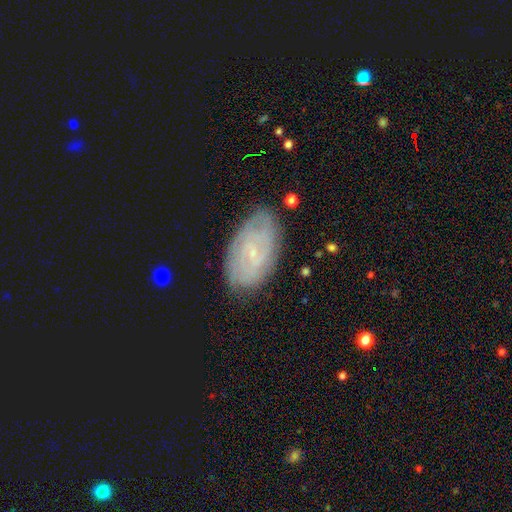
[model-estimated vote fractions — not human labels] Q: Smooth or featured?
A: featured or disk (49%); runner-up: smooth (33%)
Q: Merging?
A: none (79%); runner-up: minor disturbance (15%)